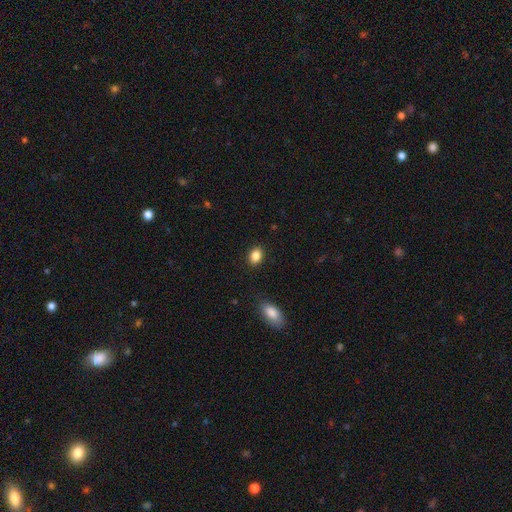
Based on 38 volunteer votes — A smooth galaxy with no disk features (89%) that is in between round and cigar-shaped (82%). Merging: none (86%).